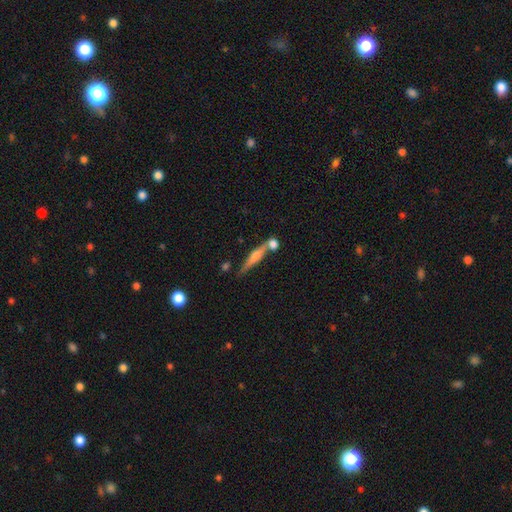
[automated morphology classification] Smooth or featured?
  - featured or disk: 61% *
  - smooth: 32%
  - star or artifact: 8%
Edge-on disk?
  - yes: 95% *
  - no: 5%
Edge-on bulge?
  - rounded: 78% *
  - boxy: 11%
  - none: 11%
Merging?
  - none: 67% *
  - merger: 18%
  - minor disturbance: 12%
  - major disturbance: 4%